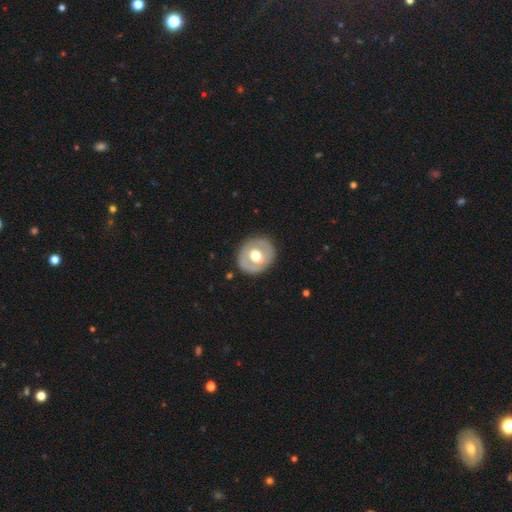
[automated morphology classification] Smooth or featured: featured or disk — 55% (smooth — 40%)
Edge-on disk: no — 95% (yes — 5%)
Bar: no — 53% (weak — 33%)
Spiral arms: no — 77% (yes — 23%)
Bulge size: moderate — 68% (large — 25%)
Merging: none — 83% (minor disturbance — 11%)